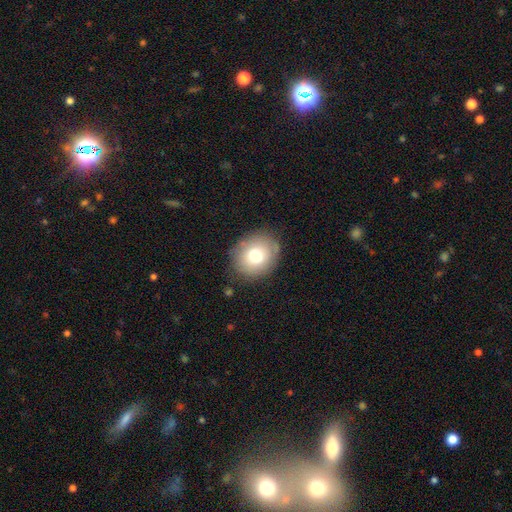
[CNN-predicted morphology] This appears to be a smooth galaxy with no disk features (74%) that is round (73%). Merging: none (83%).